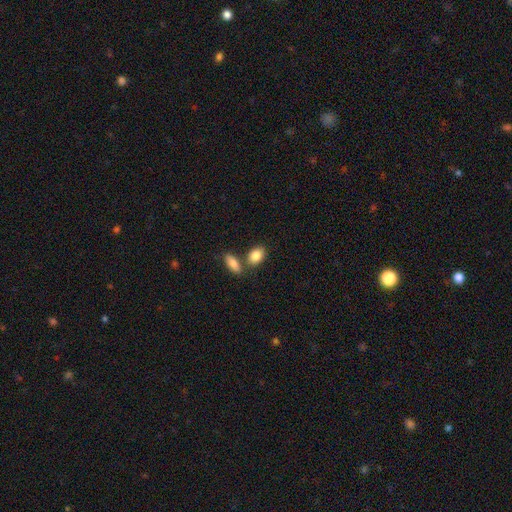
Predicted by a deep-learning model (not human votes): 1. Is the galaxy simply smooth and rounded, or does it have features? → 86% smooth, 7% featured or disk, 7% star or artifact.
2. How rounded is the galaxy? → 84% in between, 13% round, 3% cigar-shaped.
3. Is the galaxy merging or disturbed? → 60% none, 25% merger, 11% minor disturbance, 3% major disturbance.